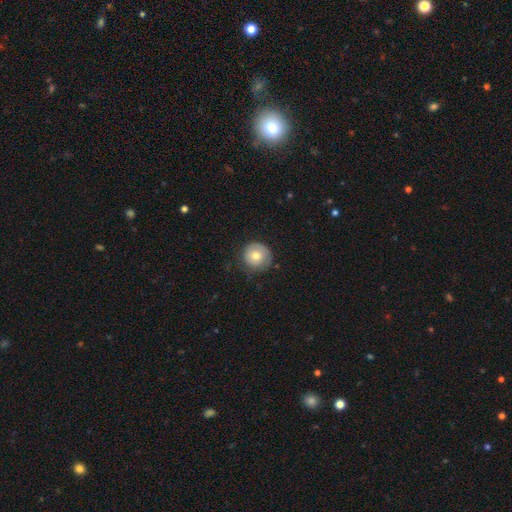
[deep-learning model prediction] Smooth or featured? smooth (67%)
How rounded? round (93%)
Merging? none (74%)